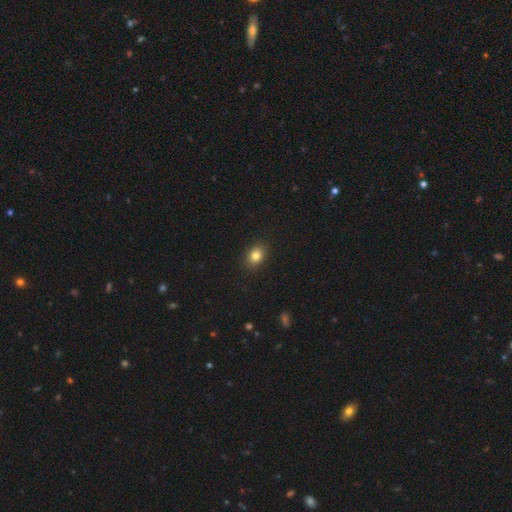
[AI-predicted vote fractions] Smooth or featured?
  - smooth: 82% *
  - star or artifact: 10%
  - featured or disk: 8%
How rounded?
  - in between: 67% *
  - round: 32%
  - cigar-shaped: 1%
Merging?
  - none: 89% *
  - minor disturbance: 8%
  - major disturbance: 2%
  - merger: 1%